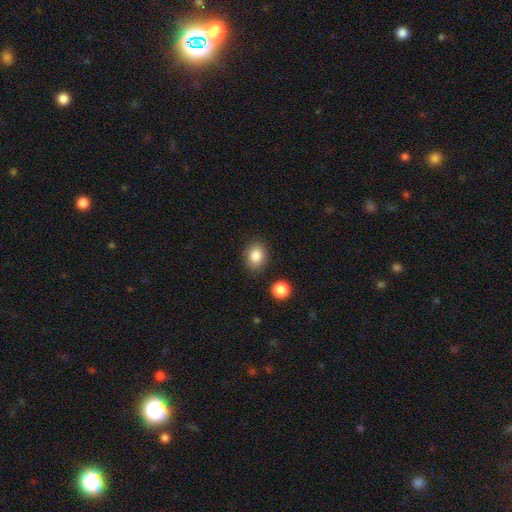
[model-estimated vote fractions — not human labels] Smooth or featured? Predicted: smooth (p=0.86). How rounded? Predicted: in between (p=0.52). Merging? Predicted: none (p=0.84).